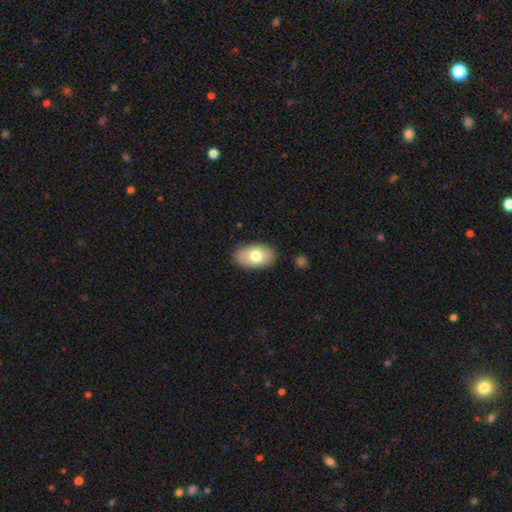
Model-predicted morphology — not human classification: A smooth galaxy with no disk features (76%) that is in between round and cigar-shaped (92%).

Vote fractions:
- Smooth or featured? smooth: 76% / featured or disk: 18% / star or artifact: 7%
- How rounded? in between: 92% / round: 6% / cigar-shaped: 1%
- Merging? none: 87% / minor disturbance: 10% / major disturbance: 2% / merger: 1%